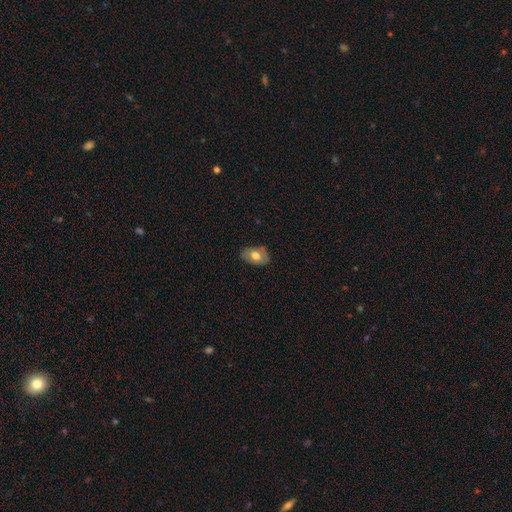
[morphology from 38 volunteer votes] This is likely a smooth galaxy (61%). How rounded: clearly in between (83%). Merging: possibly none (54%).